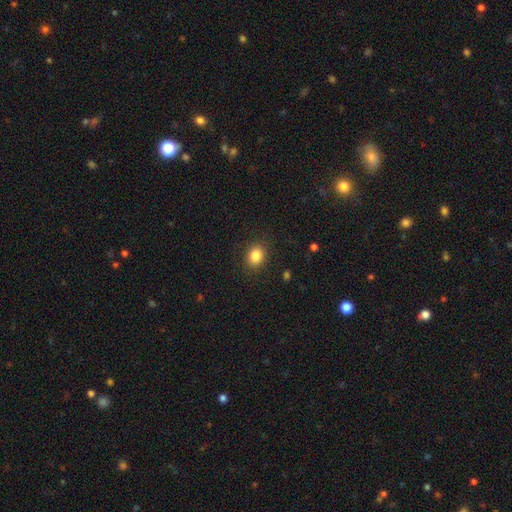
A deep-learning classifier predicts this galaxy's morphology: A smooth galaxy with no disk features (85%) that is in between round and cigar-shaped (54%). Merging: none (87%).